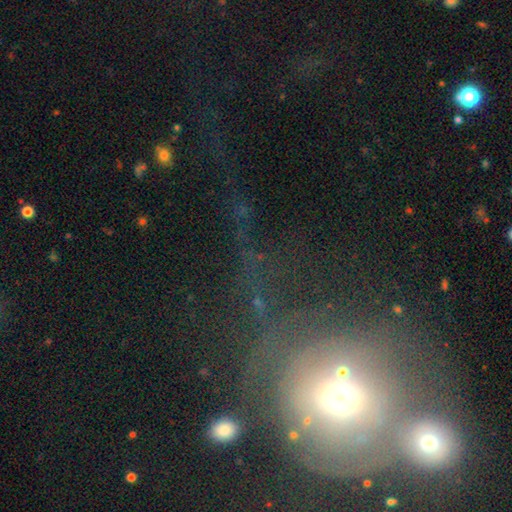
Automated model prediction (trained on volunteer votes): Overall: smooth (35%; star or artifact 34%). Merging: none (35%; major disturbance 29%).